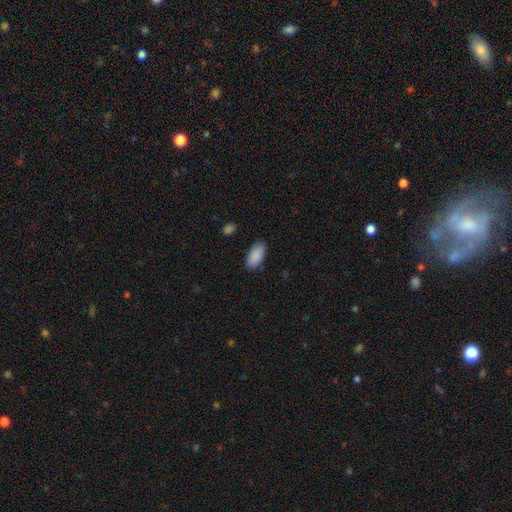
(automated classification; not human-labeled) smooth_or_featured: smooth (p=0.89) [alt: star or artifact p=0.06]
how_rounded: in between (p=0.94) [alt: cigar-shaped p=0.04]
merging: none (p=0.83) [alt: minor disturbance p=0.13]